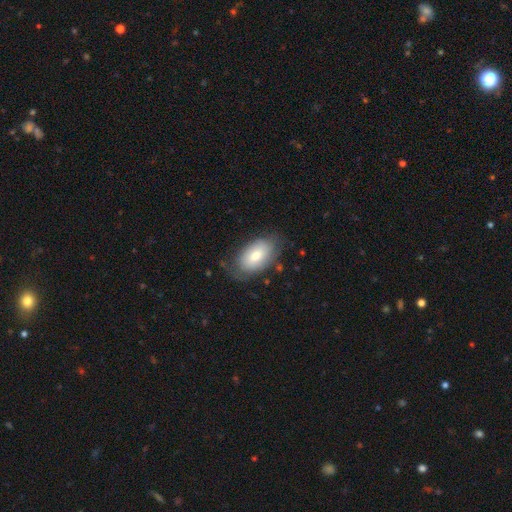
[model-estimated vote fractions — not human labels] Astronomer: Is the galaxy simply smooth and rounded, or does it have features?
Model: smooth — 72%.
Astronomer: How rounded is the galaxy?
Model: in between — 93%.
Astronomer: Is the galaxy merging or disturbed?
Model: none — 68%.